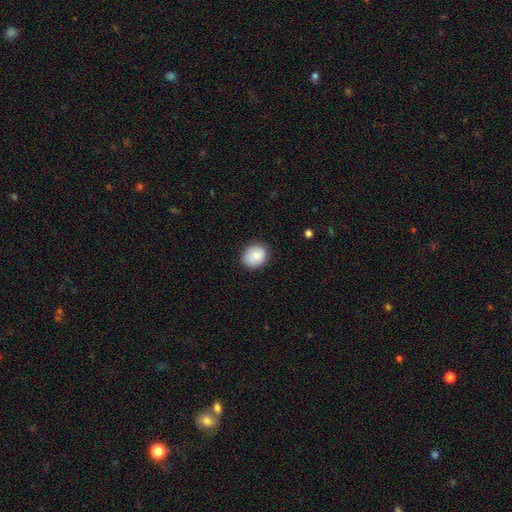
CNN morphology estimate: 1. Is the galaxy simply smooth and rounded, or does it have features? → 81% smooth, 11% featured or disk, 8% star or artifact.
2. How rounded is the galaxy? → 69% round, 30% in between, 1% cigar-shaped.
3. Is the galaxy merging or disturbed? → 82% none, 14% minor disturbance, 3% major disturbance, 1% merger.